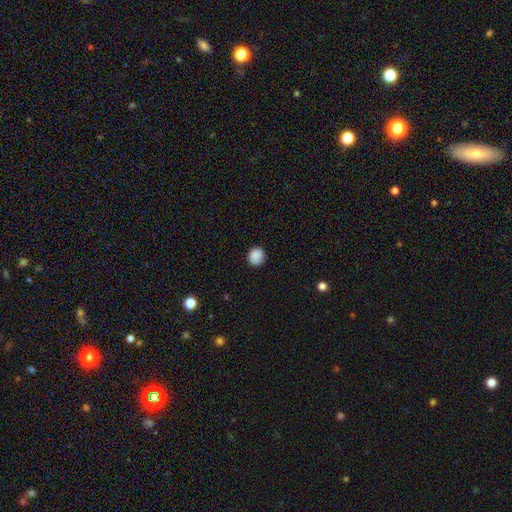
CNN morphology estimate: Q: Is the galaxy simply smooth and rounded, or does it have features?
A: smooth — 87%.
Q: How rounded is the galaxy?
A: round — 79%.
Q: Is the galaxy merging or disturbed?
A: none — 85%.